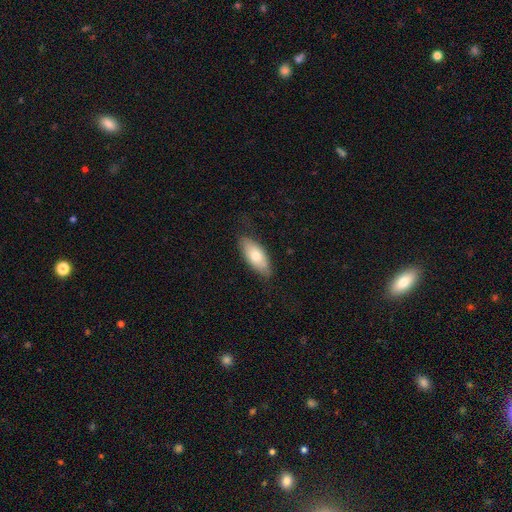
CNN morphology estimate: type=smooth (71%); roundness=in between (85%); merging=none (78%).